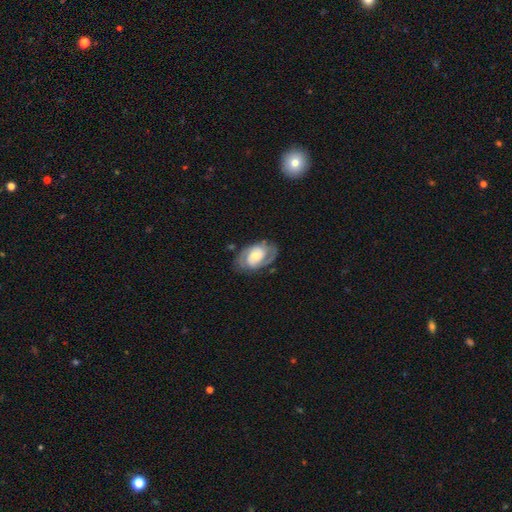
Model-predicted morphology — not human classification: A featured or disk galaxy (77%) with no bar (55%), 2 (81%) tight (47%) spiral arms (91%) and a moderate central bulge (43%).

Vote fractions:
- Smooth or featured? featured or disk: 77% / smooth: 17% / star or artifact: 5%
- Edge-on disk? no: 97% / yes: 3%
- Bar? no: 55% / weak: 34% / strong: 11%
- Spiral arms? yes: 91% / no: 9%
- Spiral winding? tight: 47% / medium: 41% / loose: 12%
- Spiral arm count? 2: 81% / can't tell: 10% / 1: 3% / 3: 3% / 4: 1% / more than 4: 1%
- Bulge size? moderate: 43% / small: 39% / large: 12% / none: 4% / dominant: 2%
- Merging? none: 74% / minor disturbance: 17% / major disturbance: 8% / merger: 2%